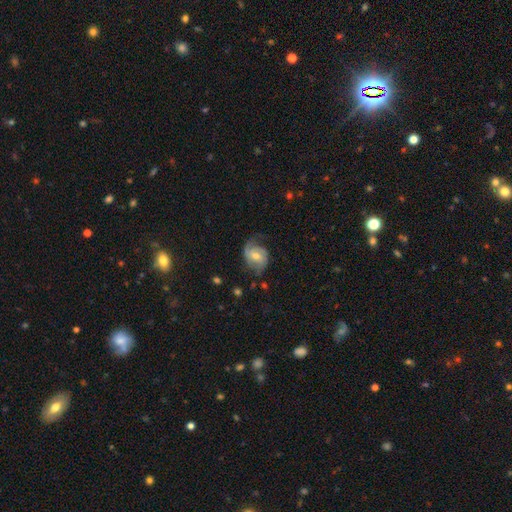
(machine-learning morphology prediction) featured or disk 73%, smooth 21%, star or artifact 7%. Down the decision tree: edge-on disk — no (97%); bar — weak (46%); spiral arms — yes (92%); spiral arm count — 2 (73%); spiral winding — medium (43%); bulge size — moderate (59%); merging — none (60%).